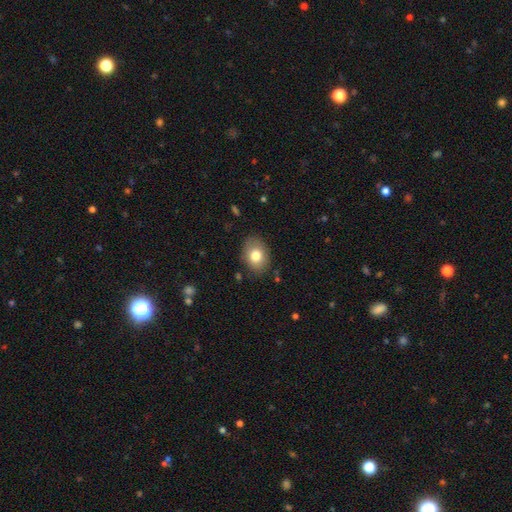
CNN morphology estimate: The model was most divided on "how rounded": in between: 74%, round: 25%, cigar-shaped: 1%. More confident: merging — none (83%); smooth or featured — smooth (79%).